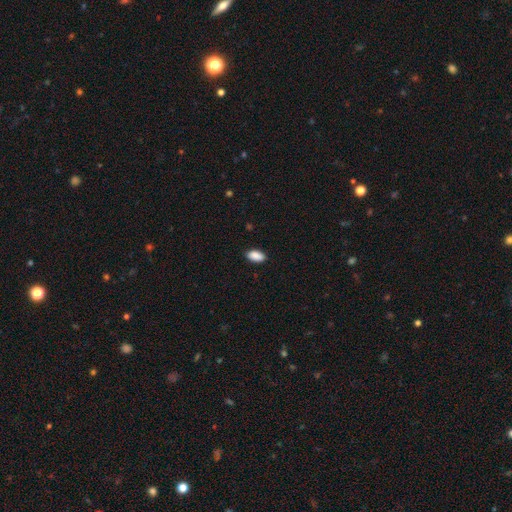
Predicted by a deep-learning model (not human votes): Q: Smooth or featured?
A: smooth (90%); runner-up: star or artifact (7%)
Q: How rounded?
A: in between (94%); runner-up: cigar-shaped (3%)
Q: Merging?
A: none (87%); runner-up: minor disturbance (10%)